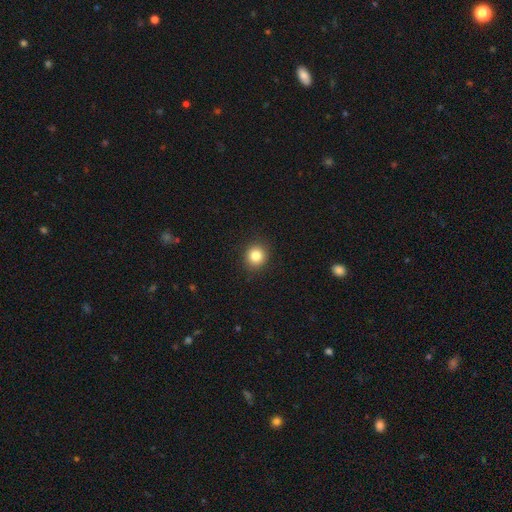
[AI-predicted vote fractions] Smooth or featured?
  - smooth: 83% *
  - star or artifact: 11%
  - featured or disk: 6%
How rounded?
  - round: 89% *
  - in between: 10%
  - cigar-shaped: 1%
Merging?
  - none: 91% *
  - minor disturbance: 6%
  - major disturbance: 2%
  - merger: 1%